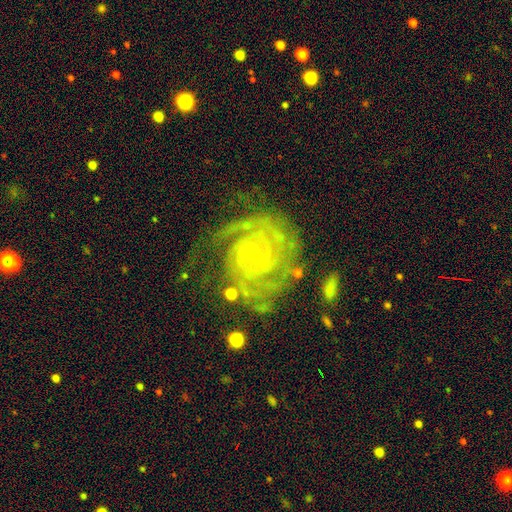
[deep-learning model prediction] Smooth or featured? featured or disk (90%)
Edge-on disk? no (98%)
Bar? no (45%)
Spiral arms? yes (98%)
Spiral winding? tight (73%)
Spiral arm count? 2 (31%)
Bulge size? small (84%)
Merging? none (64%)